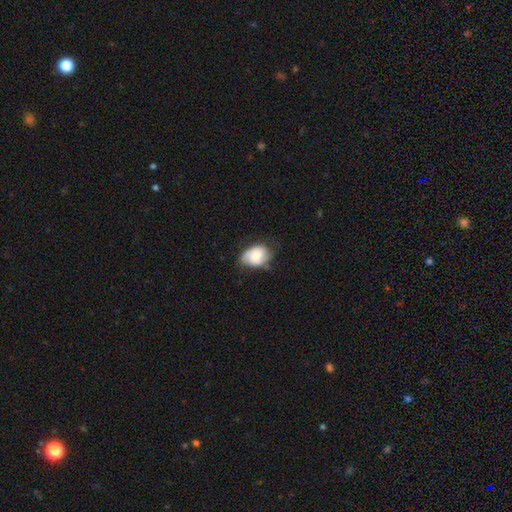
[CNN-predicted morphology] type=smooth (58%); roundness=in between (74%); merging=none (48%).